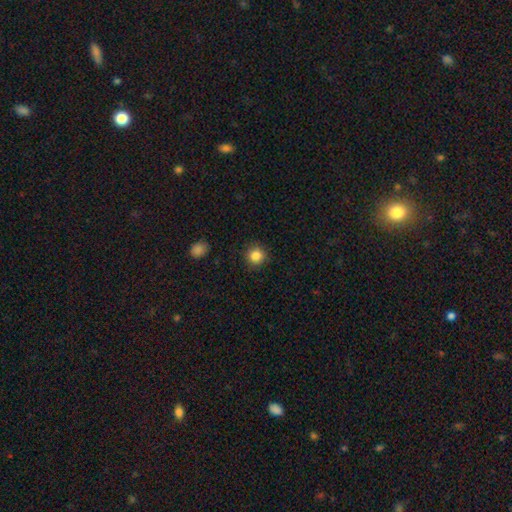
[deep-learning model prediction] smooth-or-featured: smooth: 85% | star or artifact: 11% | featured or disk: 4%
  how-rounded: round: 93% | in between: 6% | cigar-shaped: 1%
  merging: none: 90% | minor disturbance: 7% | major disturbance: 2% | merger: 1%